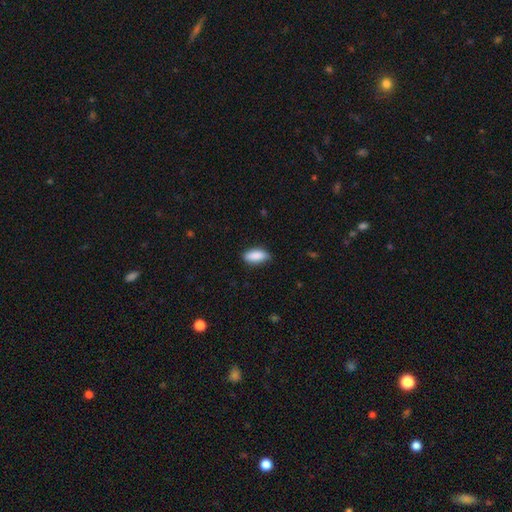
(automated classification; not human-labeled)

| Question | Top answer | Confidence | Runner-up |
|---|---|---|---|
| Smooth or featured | smooth | 89% | star or artifact (6%) |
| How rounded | in between | 88% | cigar-shaped (10%) |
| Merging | none | 80% | minor disturbance (17%) |